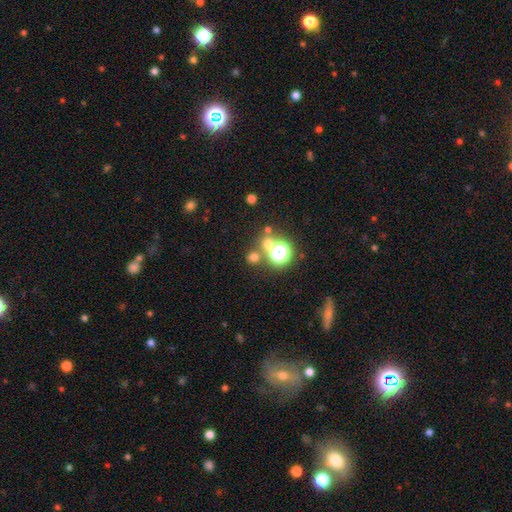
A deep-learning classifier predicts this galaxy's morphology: Smooth or featured: star or artifact — 56% (smooth — 34%)